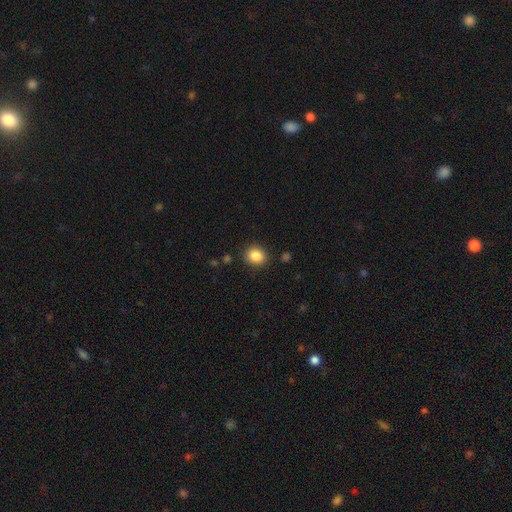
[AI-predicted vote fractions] Smooth or featured? smooth (86%)
How rounded? round (69%)
Merging? none (87%)